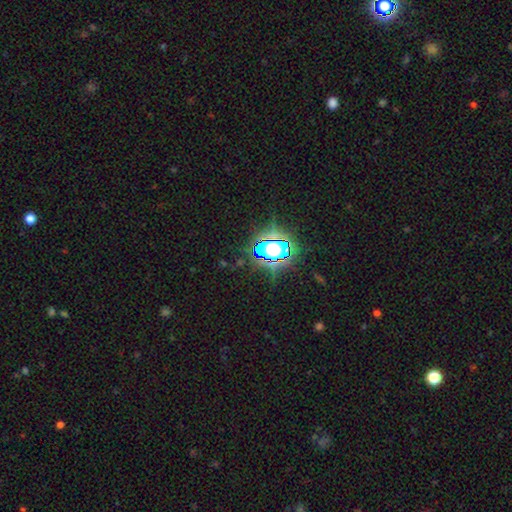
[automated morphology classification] Smooth or featured: star or artifact — 80% (smooth — 13%)